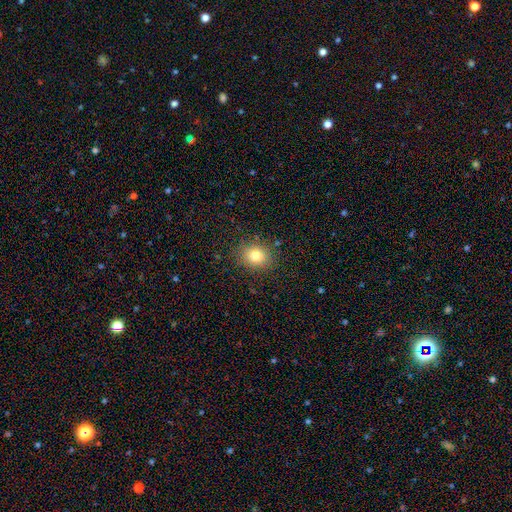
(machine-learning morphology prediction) Q: Smooth or featured?
A: smooth (80%); runner-up: star or artifact (12%)
Q: How rounded?
A: round (60%); runner-up: in between (39%)
Q: Merging?
A: none (86%); runner-up: minor disturbance (10%)